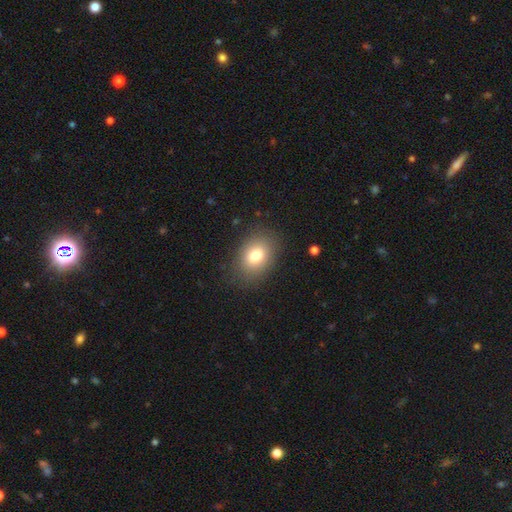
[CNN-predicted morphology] Smooth or featured? smooth (79%)
How rounded? in between (71%)
Merging? none (84%)